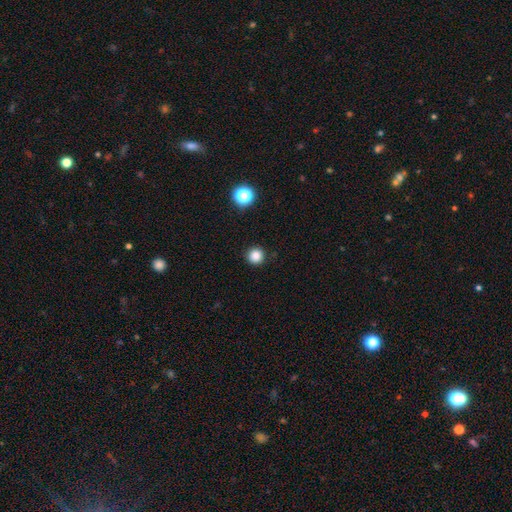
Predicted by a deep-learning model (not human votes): A smooth galaxy with no disk features (84%) that is round (95%). Merging: none (92%).